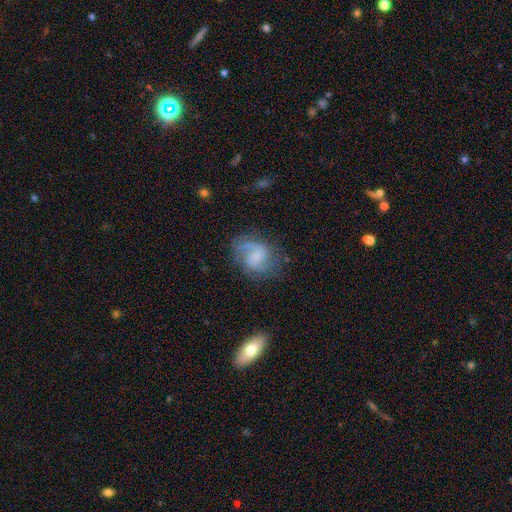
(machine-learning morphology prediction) smooth_or_featured: featured or disk (p=0.69) [alt: smooth p=0.23]
disk_edge_on: no (p=0.98) [alt: yes p=0.02]
bar: no (p=0.50) [alt: weak p=0.42]
has_spiral_arms: yes (p=0.92) [alt: no p=0.08]
spiral_winding: medium (p=0.48) [alt: loose p=0.31]
spiral_arm_count: 2 (p=0.73) [alt: 1 p=0.14]
bulge_size: none (p=0.39) [alt: small p=0.28]
merging: none (p=0.63) [alt: minor disturbance p=0.21]